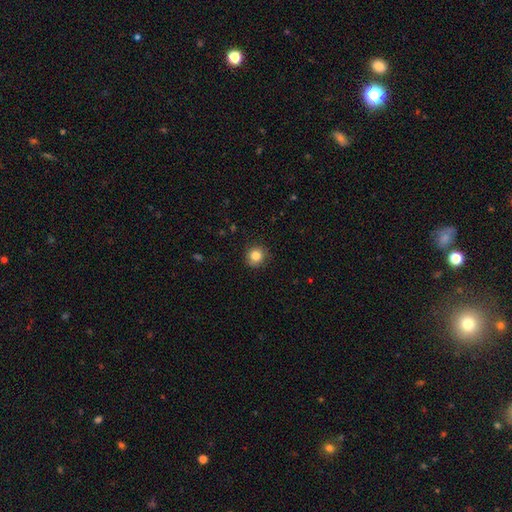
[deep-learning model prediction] This appears to be a smooth galaxy with no disk features (84%) that is round (90%). Merging: none (88%).